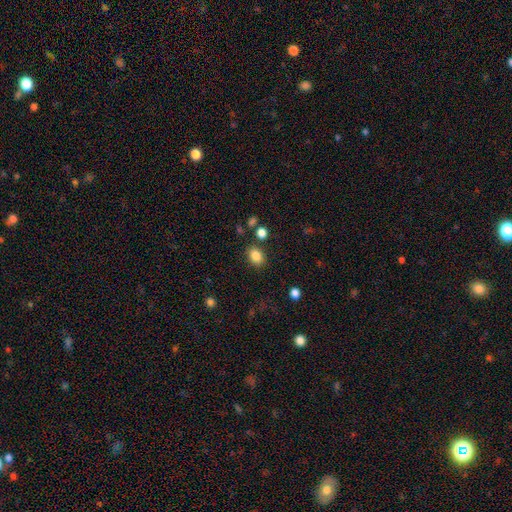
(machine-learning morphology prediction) smooth-or-featured: smooth: 85% | star or artifact: 10% | featured or disk: 5%
  how-rounded: in between: 64% | round: 35% | cigar-shaped: 1%
  merging: none: 83% | minor disturbance: 9% | merger: 4% | major disturbance: 3%